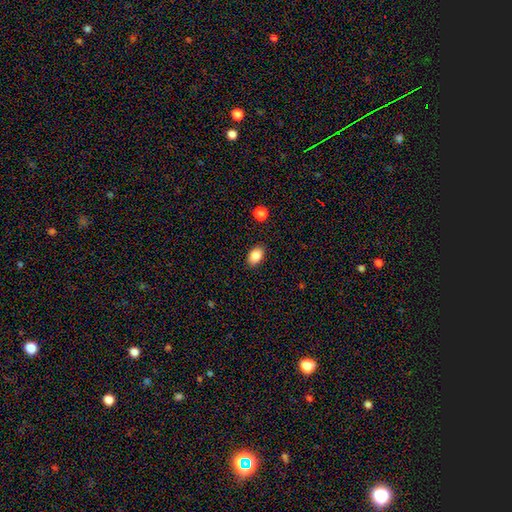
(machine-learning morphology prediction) Q: Smooth or featured?
A: smooth (86%); runner-up: star or artifact (9%)
Q: How rounded?
A: in between (84%); runner-up: round (15%)
Q: Merging?
A: none (88%); runner-up: minor disturbance (9%)